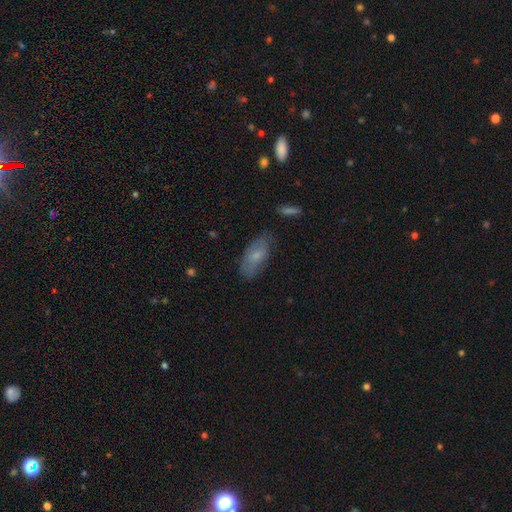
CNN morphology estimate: Smooth or featured? smooth (68%)
How rounded? in between (86%)
Merging? none (72%)